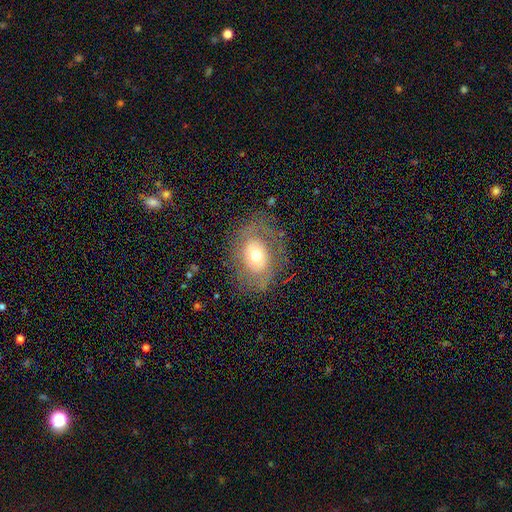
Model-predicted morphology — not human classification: smooth-or-featured: featured or disk: 45% (tied) | smooth: 45% (tied) | star or artifact: 10%
  merging: none: 69% | minor disturbance: 18% | major disturbance: 12% | merger: 1%